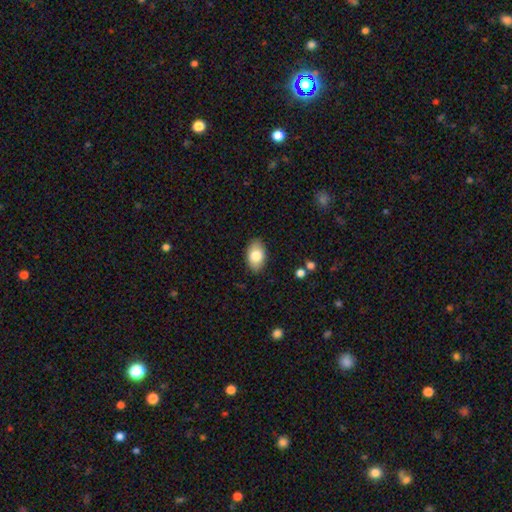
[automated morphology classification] The model was most divided on "smooth or featured": smooth: 81%, featured or disk: 12%, star or artifact: 7%. More confident: how rounded — in between (91%); merging — none (87%).